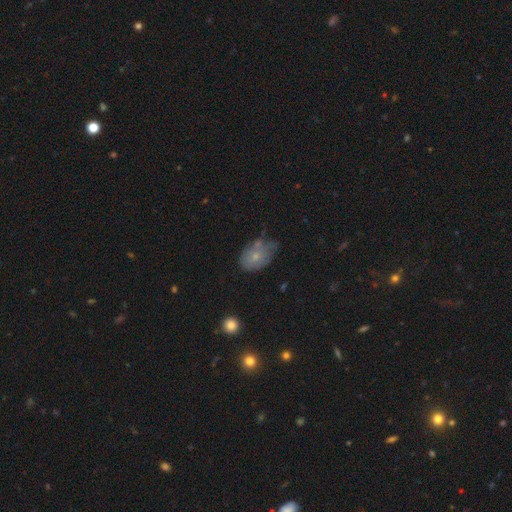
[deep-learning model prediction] Q: Smooth or featured?
A: smooth (66%); runner-up: featured or disk (24%)
Q: How rounded?
A: in between (80%); runner-up: round (19%)
Q: Merging?
A: none (42%); runner-up: minor disturbance (38%)